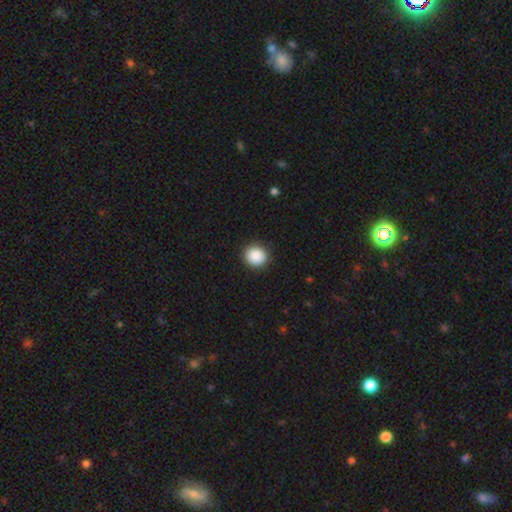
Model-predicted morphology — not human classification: Q: Smooth or featured?
A: smooth (89%); runner-up: star or artifact (8%)
Q: How rounded?
A: round (88%); runner-up: in between (11%)
Q: Merging?
A: none (91%); runner-up: minor disturbance (6%)